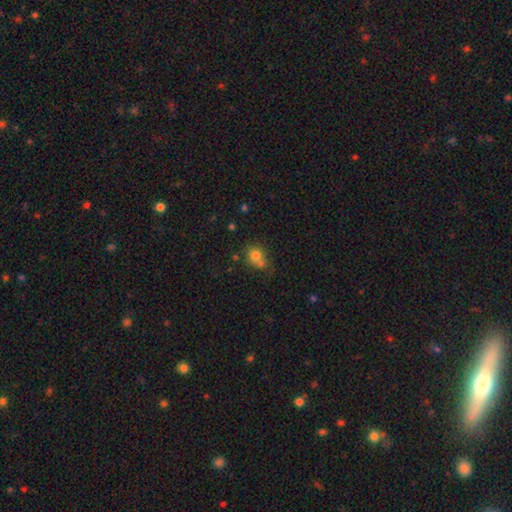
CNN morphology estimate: Smooth or featured: smooth — 76% (star or artifact — 13%)
How rounded: round — 70% (in between — 29%)
Merging: none — 44% (merger — 32%)